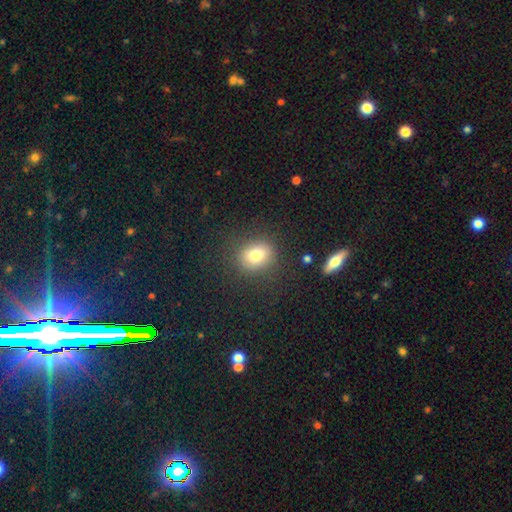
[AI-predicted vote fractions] Q: Smooth or featured?
A: smooth (79%); runner-up: star or artifact (12%)
Q: How rounded?
A: round (57%); runner-up: in between (42%)
Q: Merging?
A: none (83%); runner-up: minor disturbance (11%)